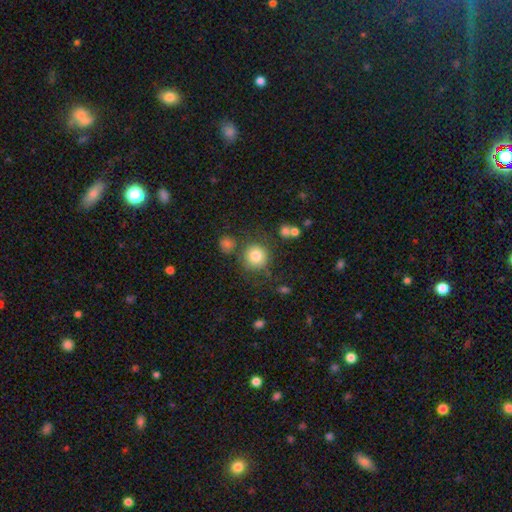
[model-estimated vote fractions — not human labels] smooth_or_featured: smooth (p=0.81) [alt: star or artifact p=0.11]
how_rounded: round (p=0.92) [alt: in between p=0.08]
merging: none (p=0.74) [alt: minor disturbance p=0.12]